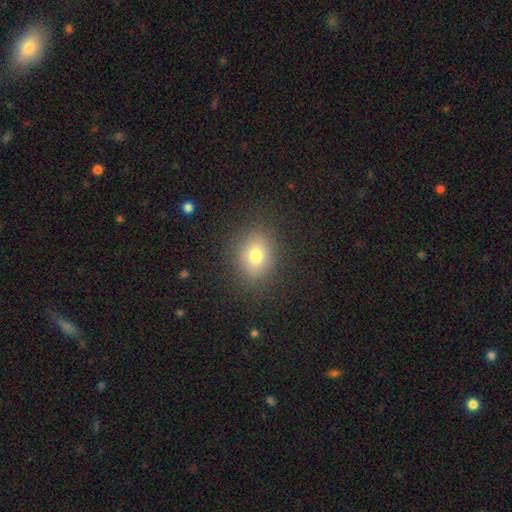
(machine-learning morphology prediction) Overall: smooth (75%). How rounded: in between (51%; round 48%). Merging: none (86%).